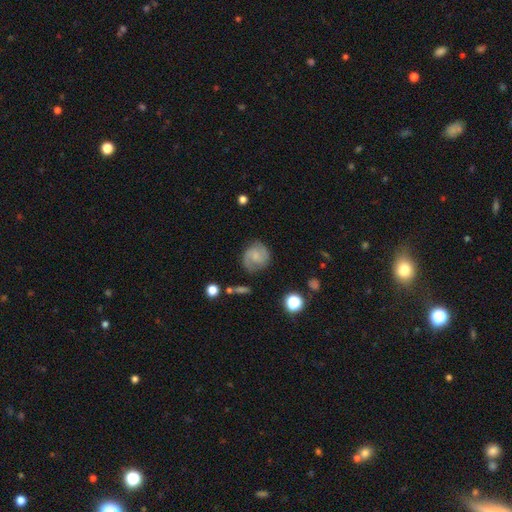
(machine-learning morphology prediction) Smooth or featured?
  - featured or disk: 63% *
  - smooth: 29%
  - star or artifact: 8%
Edge-on disk?
  - no: 98% *
  - yes: 2%
Bar?
  - no: 50% *
  - weak: 42%
  - strong: 8%
Spiral arms?
  - yes: 92% *
  - no: 8%
Spiral winding?
  - medium: 48% *
  - tight: 32%
  - loose: 20%
Spiral arm count?
  - 2: 85% *
  - can't tell: 8%
  - 1: 3%
  - 3: 2%
  - 4: 1%
  - more than 4: 1%
Bulge size?
  - small: 48% *
  - moderate: 26%
  - none: 22%
  - large: 3%
  - dominant: 1%
Merging?
  - none: 76% *
  - minor disturbance: 16%
  - major disturbance: 6%
  - merger: 2%